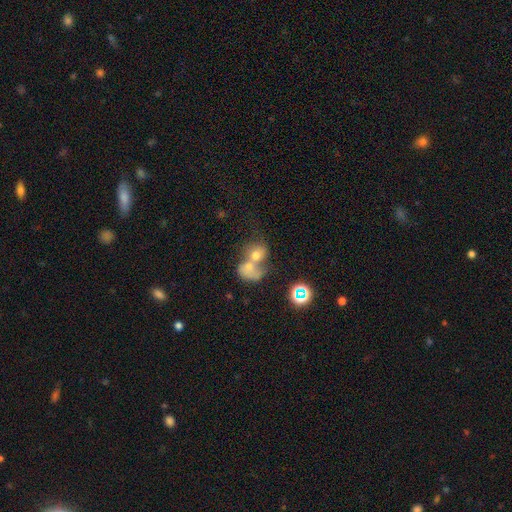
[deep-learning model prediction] Overall: smooth (44%; featured or disk 36%). Merging: merger (64%).